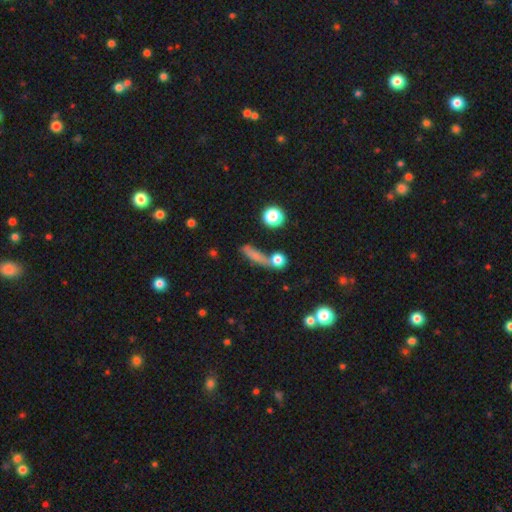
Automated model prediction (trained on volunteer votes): Overall: smooth (69%). How rounded: cigar-shaped (58%; in between 23%). Merging: none (56%; merger 20%).